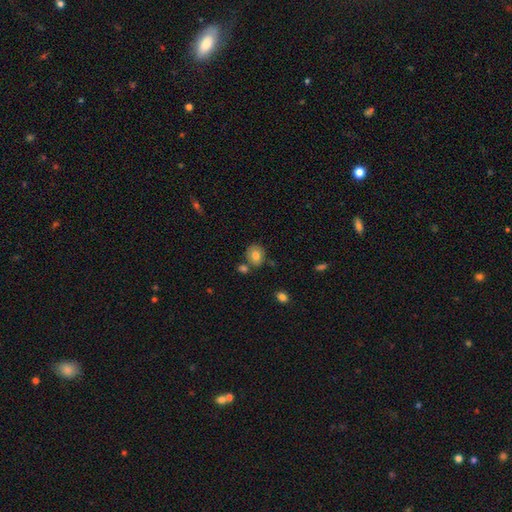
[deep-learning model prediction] This is likely a smooth galaxy (77%). How rounded: likely round (67%). Merging: likely none (68%).